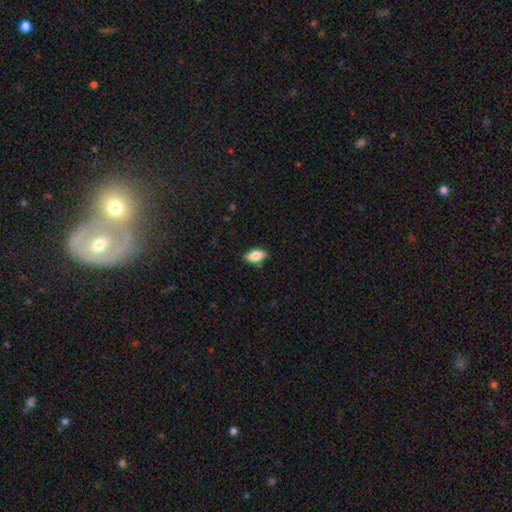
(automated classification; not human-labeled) Morphology: type=smooth (84%); roundness=in between (91%); merging=none (83%).